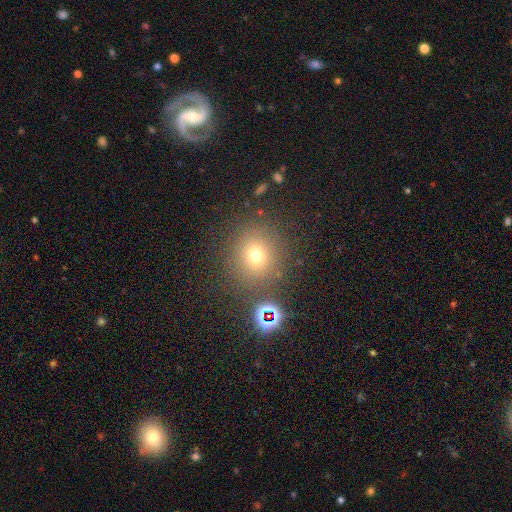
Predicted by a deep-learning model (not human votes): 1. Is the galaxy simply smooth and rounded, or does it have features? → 70% smooth, 21% star or artifact, 10% featured or disk.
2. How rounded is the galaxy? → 89% round, 10% in between, 1% cigar-shaped.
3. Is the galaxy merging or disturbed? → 83% none, 8% minor disturbance, 5% merger, 4% major disturbance.